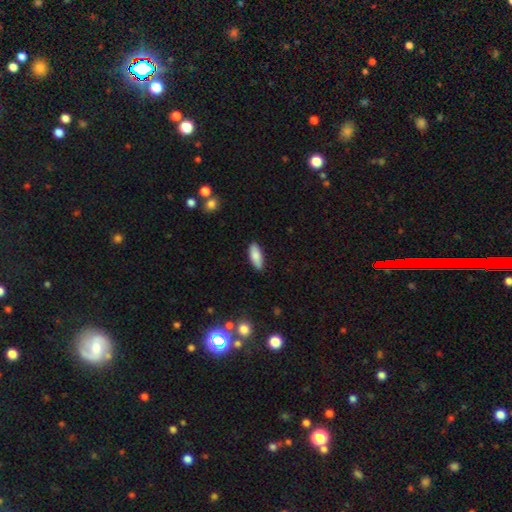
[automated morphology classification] A smooth galaxy with no disk features (83%) that is in between round and cigar-shaped (71%). Merging: none (85%).